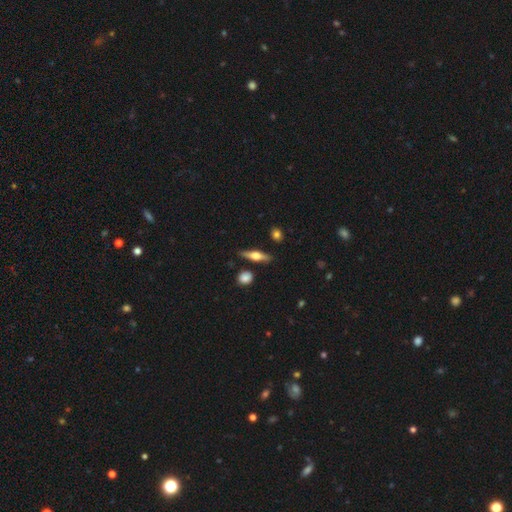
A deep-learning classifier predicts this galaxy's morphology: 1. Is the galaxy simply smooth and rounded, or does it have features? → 57% featured or disk, 37% smooth, 6% star or artifact.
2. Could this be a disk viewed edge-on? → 94% yes, 6% no.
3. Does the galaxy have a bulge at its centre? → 92% rounded, 6% boxy, 2% none.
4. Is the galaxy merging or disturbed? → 83% none, 11% minor disturbance, 3% merger, 3% major disturbance.